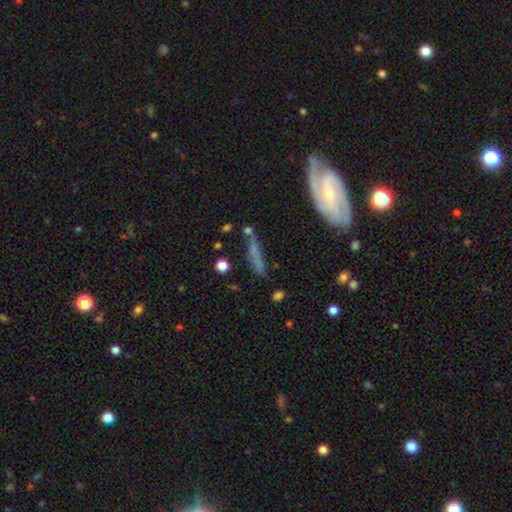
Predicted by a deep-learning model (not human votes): Smooth or featured: featured or disk — 52% (smooth — 37%)
Edge-on disk: no — 61% (yes — 39%)
Merging: none — 64% (minor disturbance — 20%)